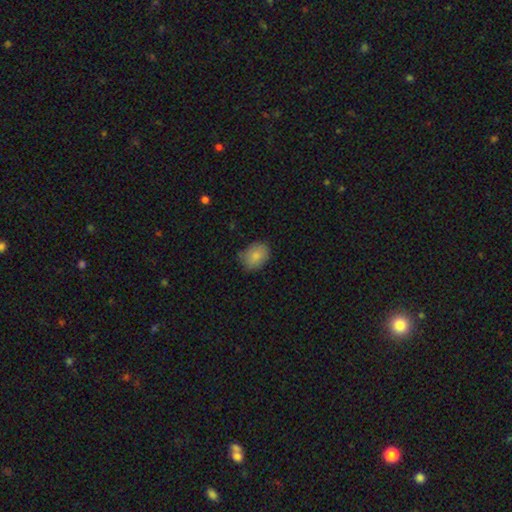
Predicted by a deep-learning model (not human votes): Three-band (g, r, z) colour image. It shows a smooth galaxy with no disk features (85%) that is in between round and cigar-shaped (71%). Merging: none (74%).